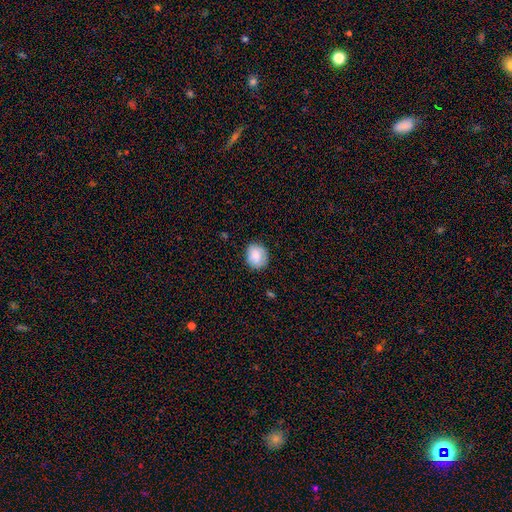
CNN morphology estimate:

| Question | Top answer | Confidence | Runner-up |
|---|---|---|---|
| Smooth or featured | smooth | 82% | featured or disk (11%) |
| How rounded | round | 72% | in between (27%) |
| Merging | none | 81% | minor disturbance (15%) |